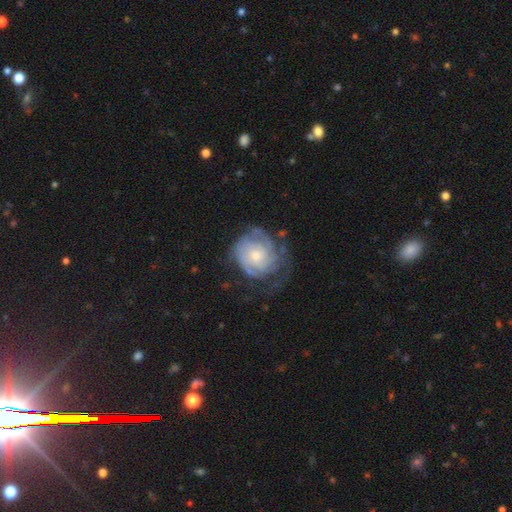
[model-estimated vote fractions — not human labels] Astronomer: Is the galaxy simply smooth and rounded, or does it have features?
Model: featured or disk — 75%.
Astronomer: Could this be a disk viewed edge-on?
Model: no — 98%.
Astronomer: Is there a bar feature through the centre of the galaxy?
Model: no — 76%.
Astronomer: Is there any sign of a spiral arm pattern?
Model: yes — 88%.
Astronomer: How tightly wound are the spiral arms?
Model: tight — 65%.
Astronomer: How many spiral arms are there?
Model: can't tell — 47%.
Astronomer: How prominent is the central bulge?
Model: small — 47% (runner-up: moderate, 45%).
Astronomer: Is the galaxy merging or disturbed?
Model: none — 51%.